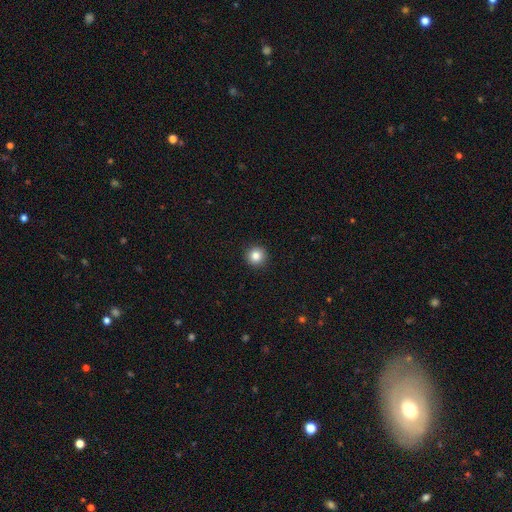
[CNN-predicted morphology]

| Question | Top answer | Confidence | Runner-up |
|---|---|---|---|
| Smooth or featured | smooth | 84% | star or artifact (11%) |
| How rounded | round | 95% | in between (4%) |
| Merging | none | 93% | minor disturbance (5%) |